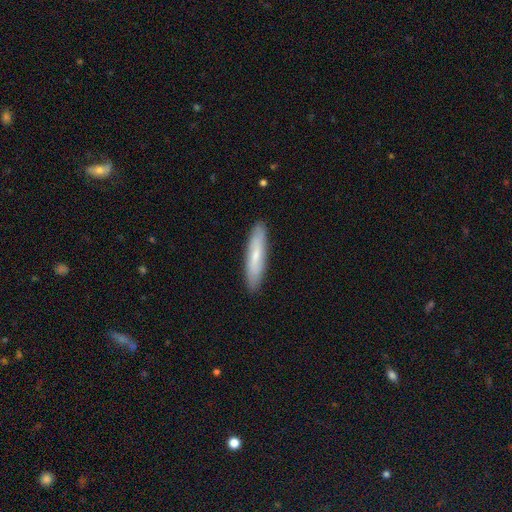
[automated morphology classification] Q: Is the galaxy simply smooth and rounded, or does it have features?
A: smooth — 63%.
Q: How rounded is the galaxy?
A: cigar-shaped — 82%.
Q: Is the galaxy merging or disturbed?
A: none — 89%.